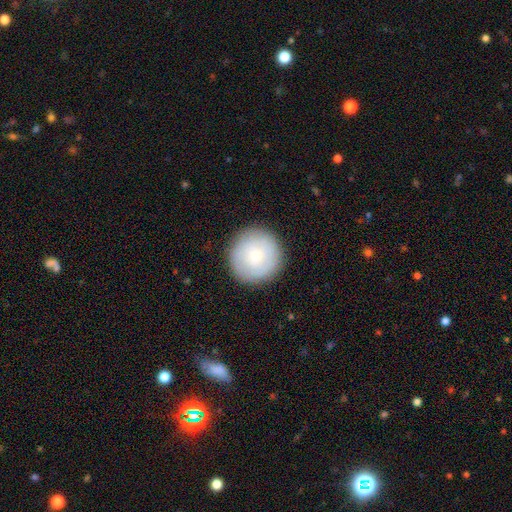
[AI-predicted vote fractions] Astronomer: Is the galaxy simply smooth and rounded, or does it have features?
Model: smooth — 73%.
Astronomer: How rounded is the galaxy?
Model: round — 96%.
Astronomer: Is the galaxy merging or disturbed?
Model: none — 90%.